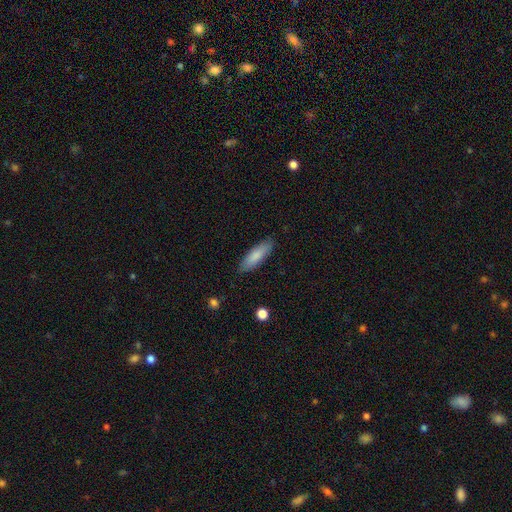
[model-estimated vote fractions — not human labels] Smooth or featured? smooth (82%)
How rounded? cigar-shaped (56%)
Merging? none (87%)